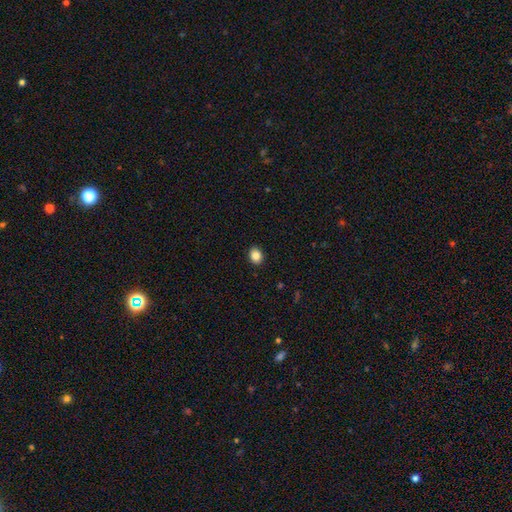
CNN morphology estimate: Smooth or featured?
  - smooth: 86% *
  - star or artifact: 9%
  - featured or disk: 4%
How rounded?
  - in between: 51% *
  - round: 48%
  - cigar-shaped: 1%
Merging?
  - none: 91% *
  - minor disturbance: 6%
  - major disturbance: 2%
  - merger: 1%